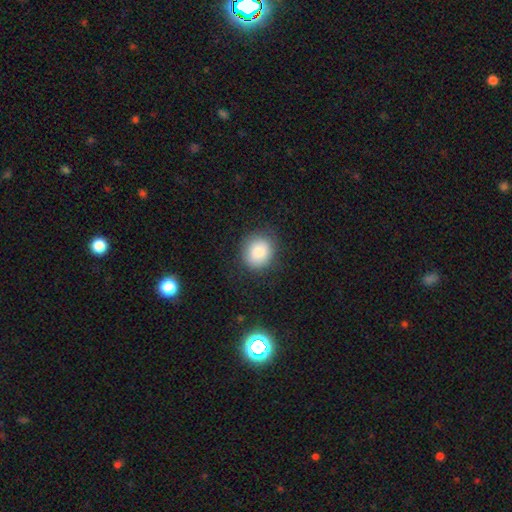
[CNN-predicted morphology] Overall: smooth (86%). How rounded: round (77%). Merging: none (84%).